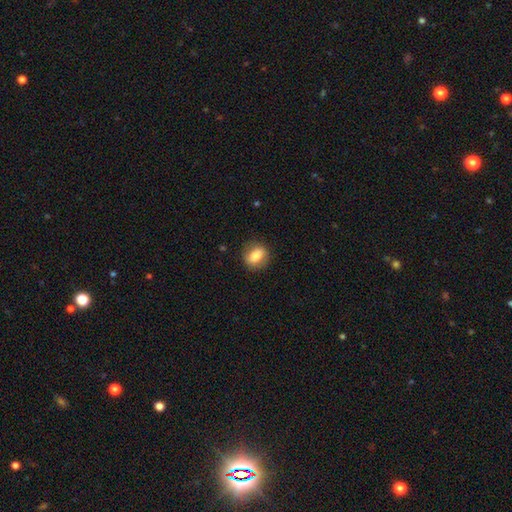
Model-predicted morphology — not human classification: type=smooth (72%); roundness=in between (51%); merging=none (82%).